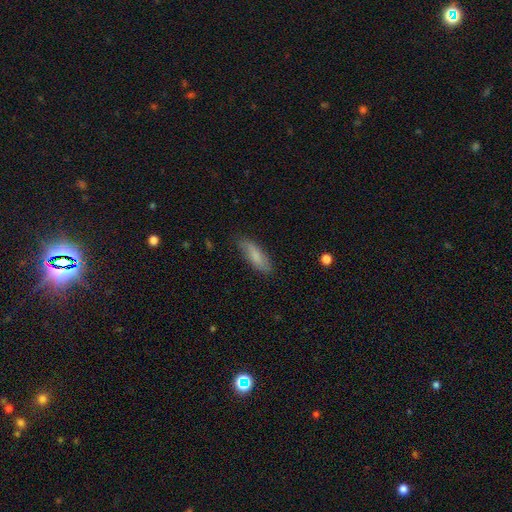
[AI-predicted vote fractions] smooth-or-featured: smooth: 74% | featured or disk: 19% | star or artifact: 6%
  how-rounded: in between: 54% | cigar-shaped: 43% | round: 2%
  merging: none: 75% | minor disturbance: 20% | major disturbance: 4% | merger: 1%